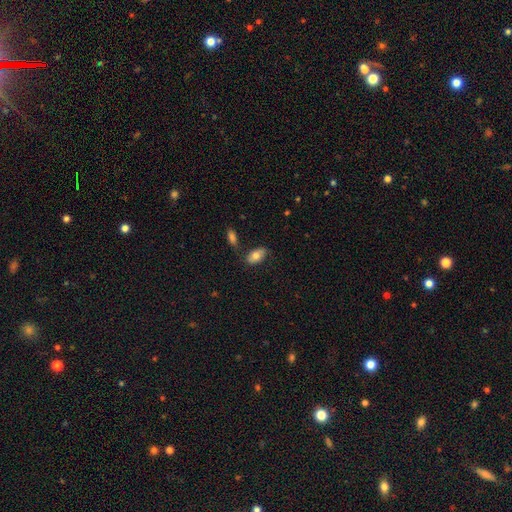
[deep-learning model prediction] Morphology: type=smooth (76%); roundness=in between (92%); merging=none (74%).